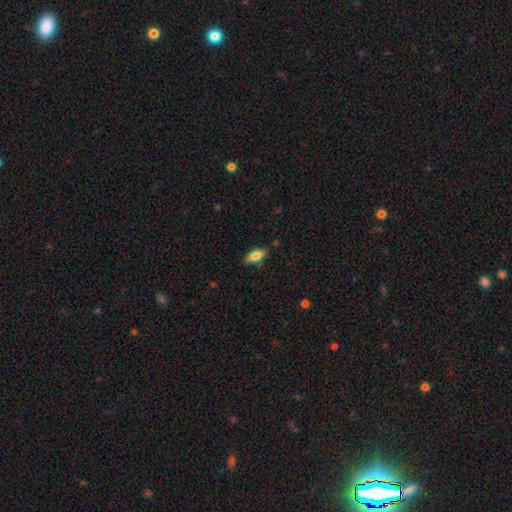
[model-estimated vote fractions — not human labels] Q: Smooth or featured?
A: smooth (78%); runner-up: featured or disk (15%)
Q: How rounded?
A: in between (83%); runner-up: cigar-shaped (13%)
Q: Merging?
A: none (80%); runner-up: minor disturbance (15%)